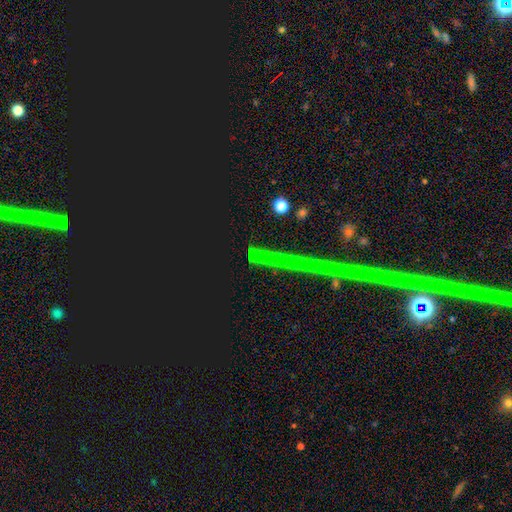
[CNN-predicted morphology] The model was most divided on "smooth or featured": star or artifact: 83%, featured or disk: 9%, smooth: 8%.